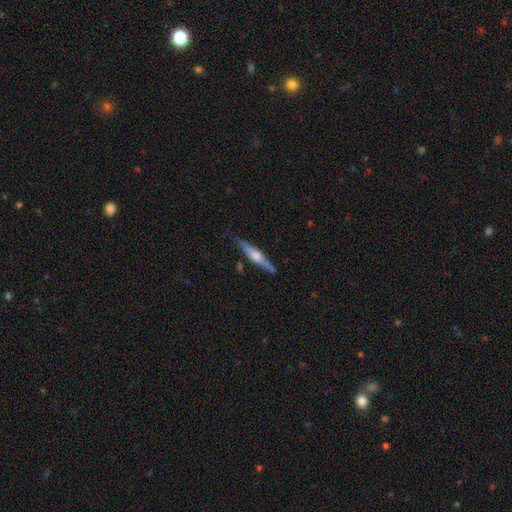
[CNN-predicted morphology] A featured or disk galaxy (66%) viewed edge-on (97%) with a rounded central bulge (85%).

Vote fractions:
- Smooth or featured? featured or disk: 66% / smooth: 28% / star or artifact: 5%
- Edge-on disk? yes: 97% / no: 3%
- Edge-on bulge? rounded: 85% / boxy: 10% / none: 5%
- Merging? none: 84% / minor disturbance: 12% / major disturbance: 2% / merger: 2%